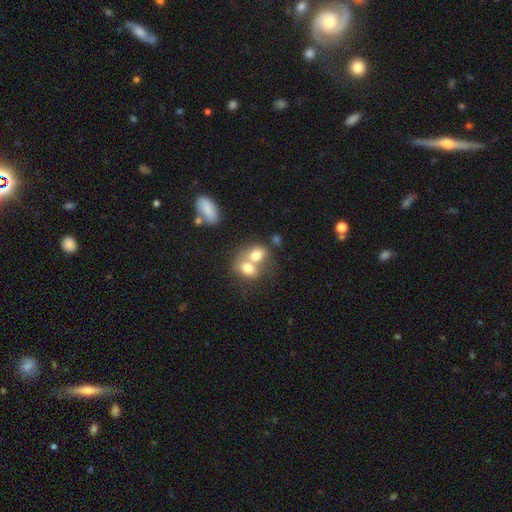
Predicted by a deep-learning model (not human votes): Smooth or featured?
  - smooth: 72% *
  - featured or disk: 19%
  - star or artifact: 9%
How rounded?
  - in between: 54% *
  - round: 45%
  - cigar-shaped: 1%
Merging?
  - merger: 70% *
  - none: 19%
  - minor disturbance: 6%
  - major disturbance: 4%